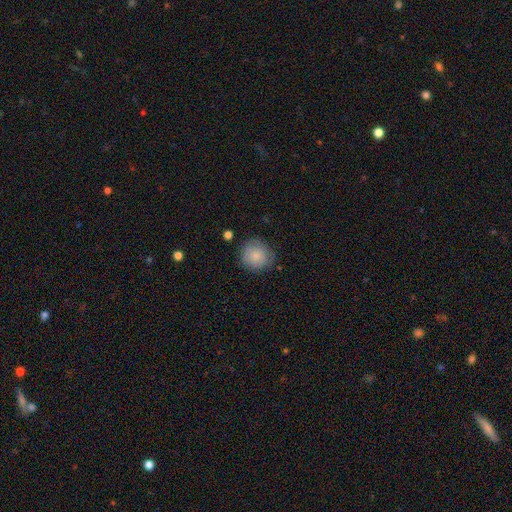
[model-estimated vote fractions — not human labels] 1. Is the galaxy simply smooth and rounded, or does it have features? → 84% smooth, 9% featured or disk, 7% star or artifact.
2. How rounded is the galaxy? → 90% round, 9% in between, 1% cigar-shaped.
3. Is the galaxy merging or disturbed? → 79% none, 15% minor disturbance, 4% major disturbance, 2% merger.